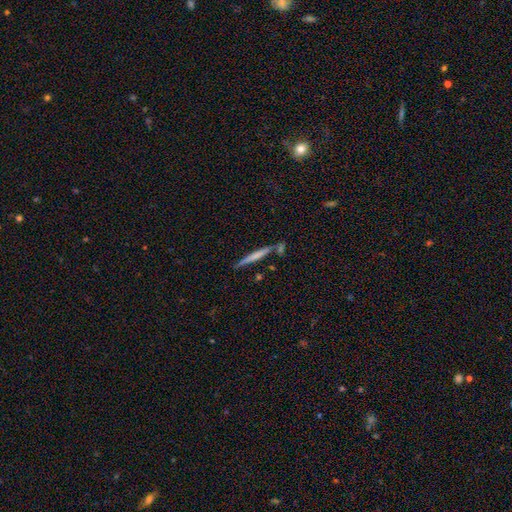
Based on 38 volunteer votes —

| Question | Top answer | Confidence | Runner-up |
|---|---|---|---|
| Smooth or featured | featured or disk | 55% | smooth (39%) |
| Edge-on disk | yes | 100% | — |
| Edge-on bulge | none | 95% | rounded (5%) |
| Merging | none | 67% | merger (17%) |